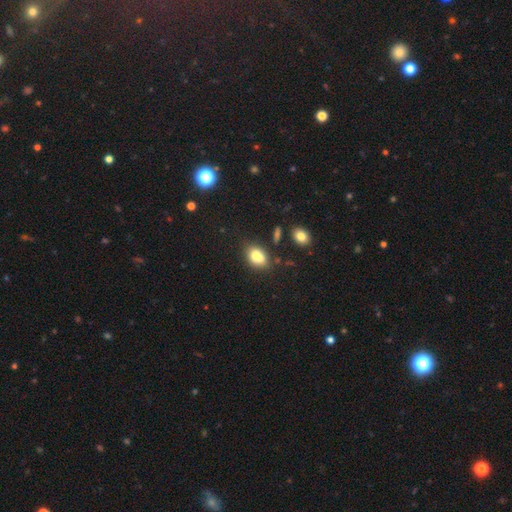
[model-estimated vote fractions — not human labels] A smooth galaxy with no disk features (78%) that is in between round and cigar-shaped (70%).

Vote fractions:
- Smooth or featured? smooth: 78% / featured or disk: 11% / star or artifact: 11%
- How rounded? in between: 70% / round: 29% / cigar-shaped: 2%
- Merging? none: 51% / merger: 26% / minor disturbance: 18% / major disturbance: 5%